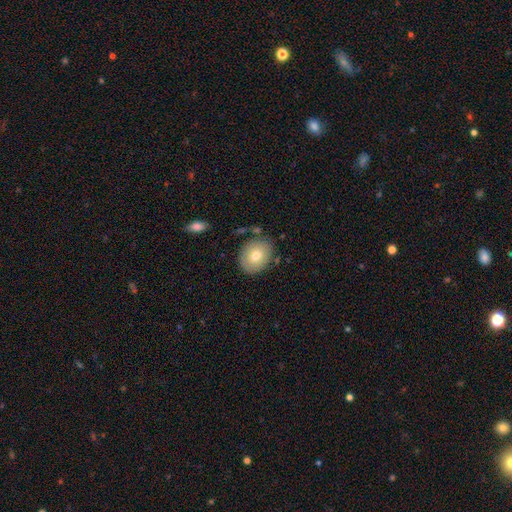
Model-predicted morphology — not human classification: Smooth or featured?
  - smooth: 73% *
  - featured or disk: 19%
  - star or artifact: 7%
How rounded?
  - in between: 56% *
  - round: 43%
  - cigar-shaped: 1%
Merging?
  - none: 79% *
  - minor disturbance: 14%
  - merger: 4%
  - major disturbance: 4%